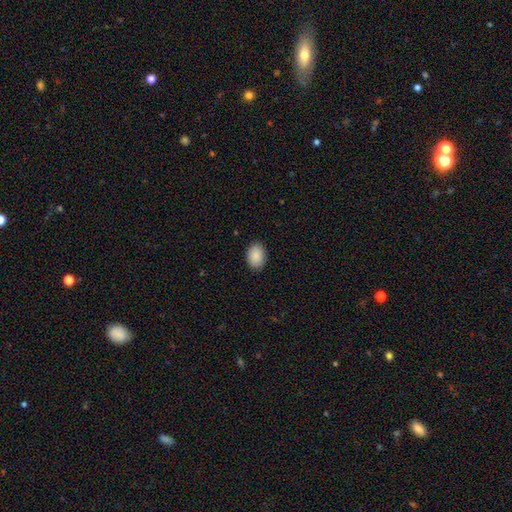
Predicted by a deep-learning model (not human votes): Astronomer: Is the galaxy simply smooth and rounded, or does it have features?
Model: smooth — 90%.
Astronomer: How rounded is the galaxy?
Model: in between — 77%.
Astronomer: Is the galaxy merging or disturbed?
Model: none — 89%.